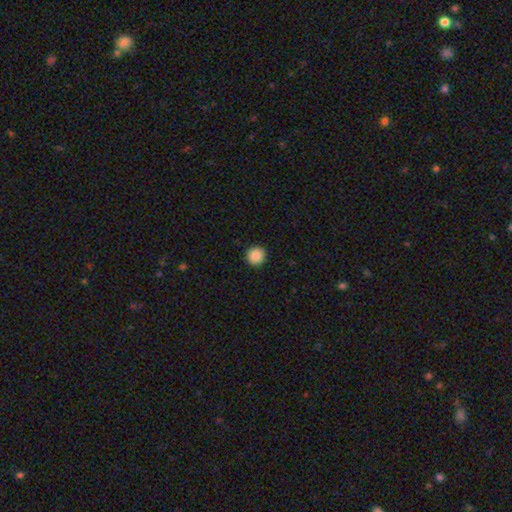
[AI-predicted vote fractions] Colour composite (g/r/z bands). It shows a smooth galaxy with no disk features (87%) that is round (95%). Merging: none (94%).